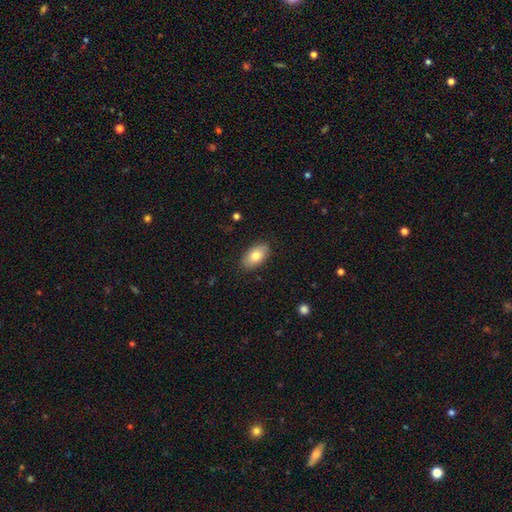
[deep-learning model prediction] smooth 79%, featured or disk 14%, star or artifact 7%. Down the decision tree: how rounded — in between (93%); merging — none (86%).